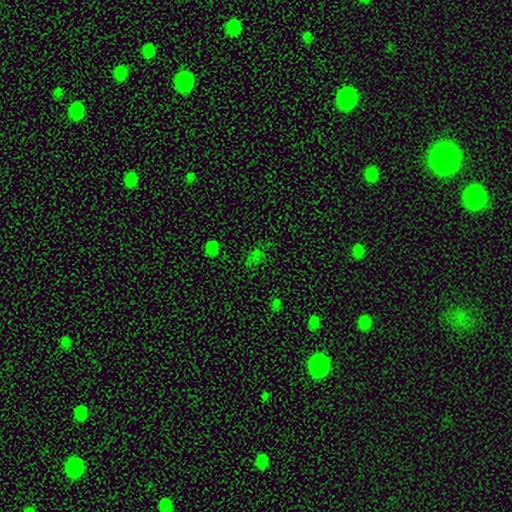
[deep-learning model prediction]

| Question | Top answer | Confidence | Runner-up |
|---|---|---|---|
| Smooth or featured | star or artifact | 53% | smooth (40%) |